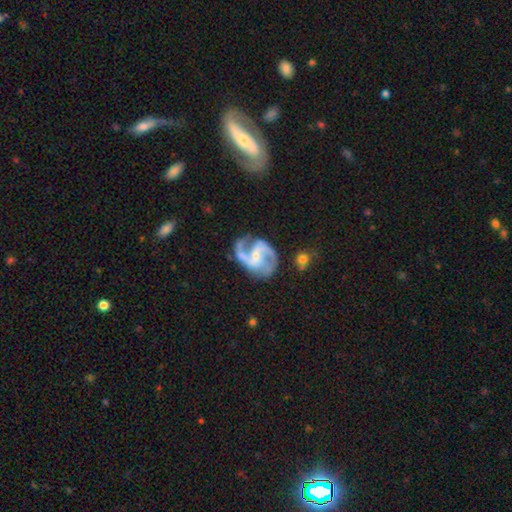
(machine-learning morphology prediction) Smooth or featured? Predicted: featured or disk (p=0.92). Edge-on disk? Predicted: no (p=0.98). Bar? Predicted: weak (p=0.42). Spiral arms? Predicted: yes (p=0.98). Spiral winding? Predicted: medium (p=0.54). Spiral arm count? Predicted: 2 (p=0.78). Bulge size? Predicted: small (p=0.71). Merging? Predicted: none (p=0.61).